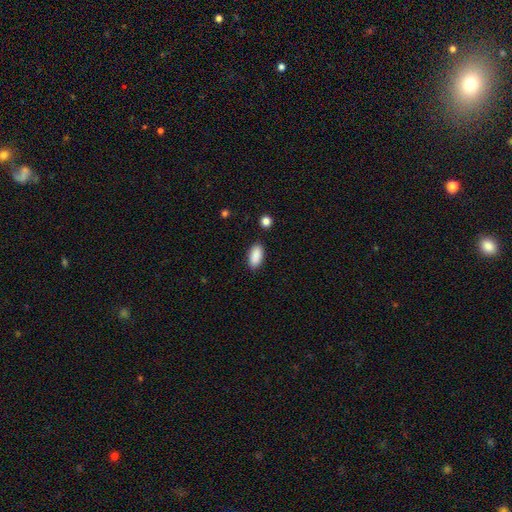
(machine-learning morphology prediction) smooth_or_featured: smooth (p=0.90) [alt: star or artifact p=0.06]
how_rounded: in between (p=0.91) [alt: cigar-shaped p=0.06]
merging: none (p=0.87) [alt: minor disturbance p=0.09]